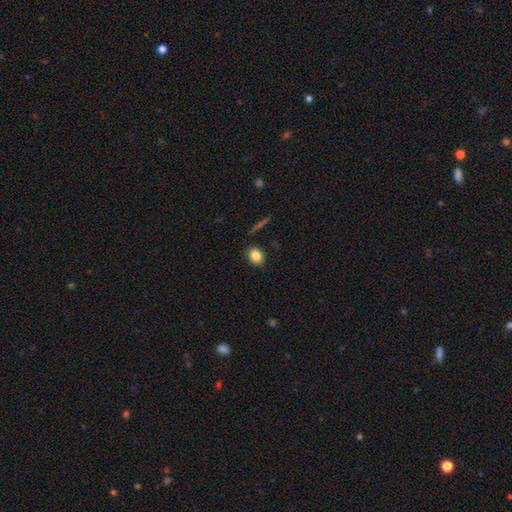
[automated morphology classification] Q: Smooth or featured?
A: smooth (83%); runner-up: star or artifact (10%)
Q: How rounded?
A: in between (57%); runner-up: round (42%)
Q: Merging?
A: none (88%); runner-up: minor disturbance (9%)